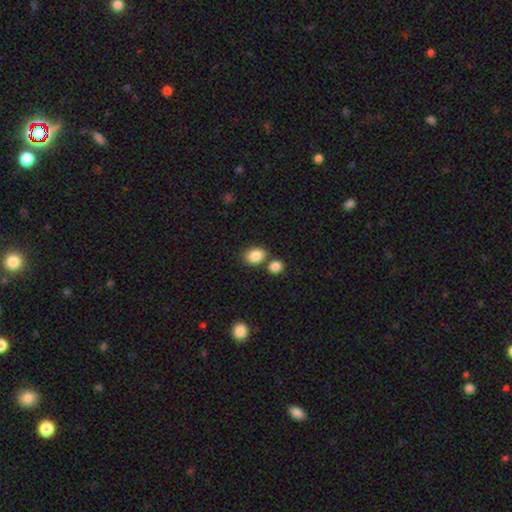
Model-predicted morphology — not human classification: Smooth or featured?
  - smooth: 86% *
  - star or artifact: 8%
  - featured or disk: 6%
How rounded?
  - in between: 68% *
  - round: 31%
  - cigar-shaped: 1%
Merging?
  - none: 63% *
  - merger: 23%
  - minor disturbance: 11%
  - major disturbance: 3%